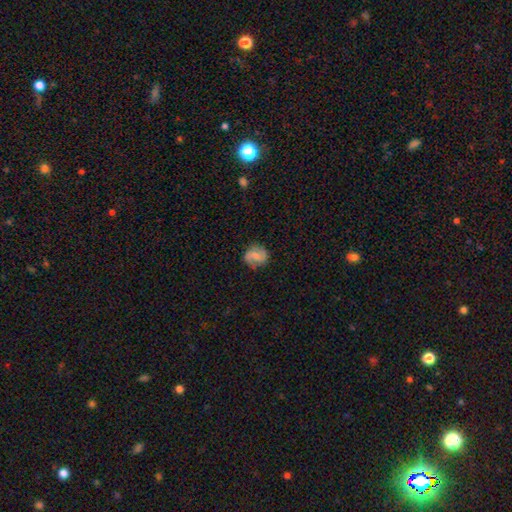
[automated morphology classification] Overall: featured or disk (48%; smooth 45%). Merging: none (81%).